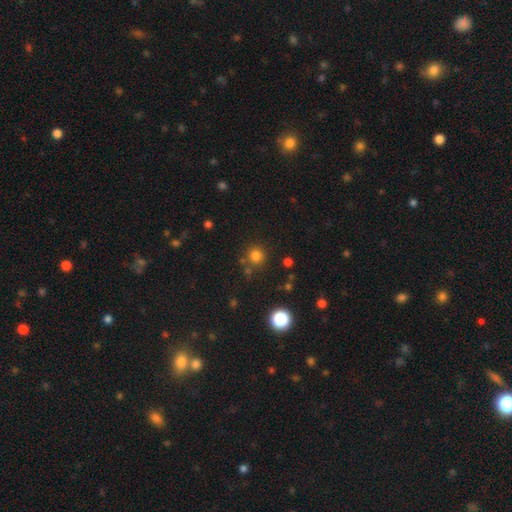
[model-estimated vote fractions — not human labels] Smooth or featured? Predicted: smooth (p=0.78). How rounded? Predicted: round (p=0.93). Merging? Predicted: none (p=0.80).